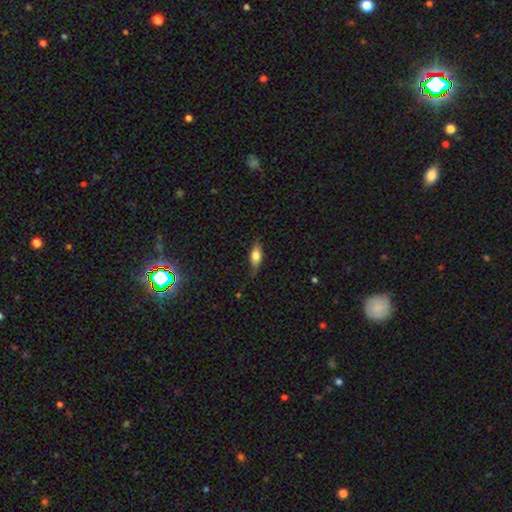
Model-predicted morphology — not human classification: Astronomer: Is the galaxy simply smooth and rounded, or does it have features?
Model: smooth — 70%.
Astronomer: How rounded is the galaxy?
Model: in between — 71%.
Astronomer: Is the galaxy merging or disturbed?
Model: none — 68%.